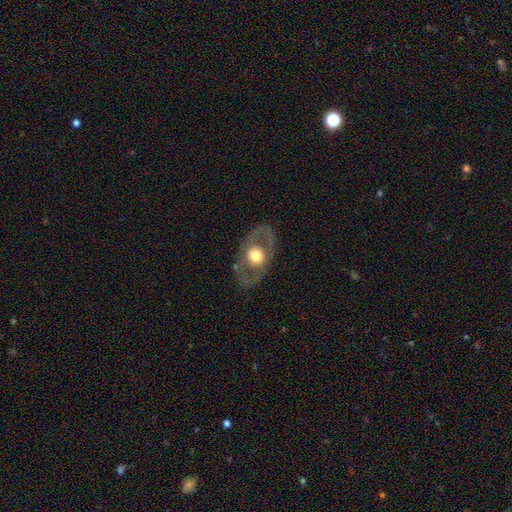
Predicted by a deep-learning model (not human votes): smooth_or_featured: featured or disk (p=0.57) [alt: smooth p=0.37]
disk_edge_on: no (p=0.89) [alt: yes p=0.11]
bar: no (p=0.86) [alt: weak p=0.11]
has_spiral_arms: no (p=0.85) [alt: yes p=0.15]
bulge_size: moderate (p=0.51) [alt: large p=0.41]
merging: none (p=0.79) [alt: minor disturbance p=0.12]